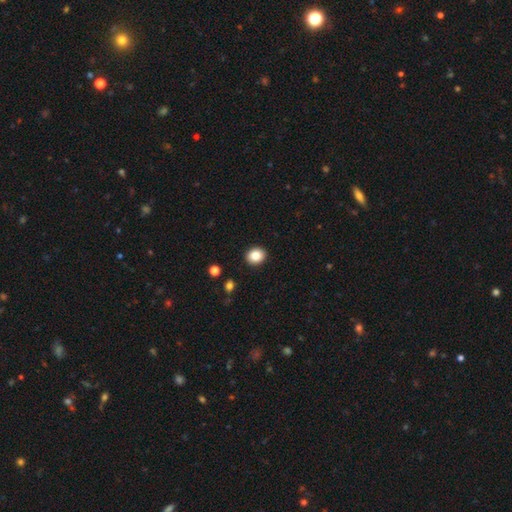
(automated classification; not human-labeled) Smooth or featured? Predicted: smooth (p=0.86). How rounded? Predicted: round (p=0.68). Merging? Predicted: none (p=0.92).